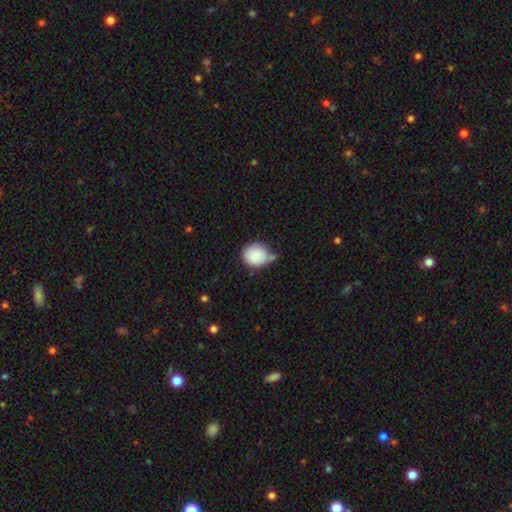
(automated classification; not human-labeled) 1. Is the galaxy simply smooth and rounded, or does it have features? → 87% smooth, 8% star or artifact, 6% featured or disk.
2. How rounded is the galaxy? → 77% round, 22% in between, 1% cigar-shaped.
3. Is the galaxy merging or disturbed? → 46% none, 33% minor disturbance, 11% merger, 9% major disturbance.